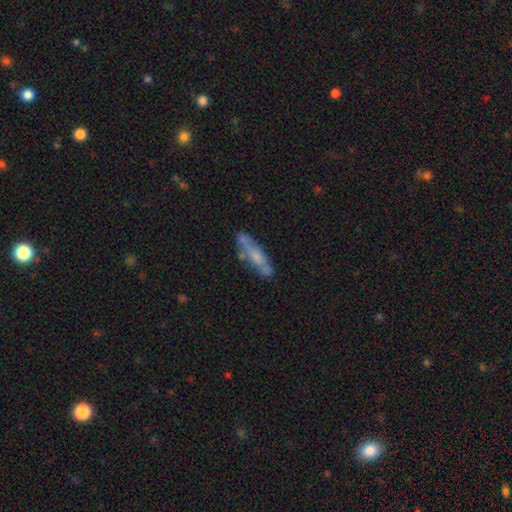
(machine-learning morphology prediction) Smooth or featured? Predicted: smooth (p=0.48). Merging? Predicted: none (p=0.68).